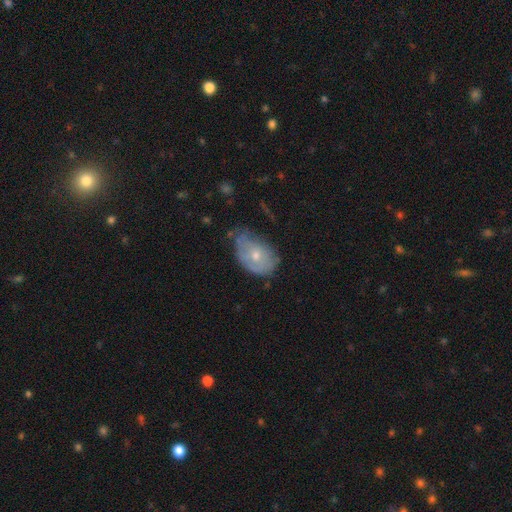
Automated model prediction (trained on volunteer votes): A smooth galaxy with no disk features (53%) that is in between round and cigar-shaped (81%). Merging: minor disturbance (41%).